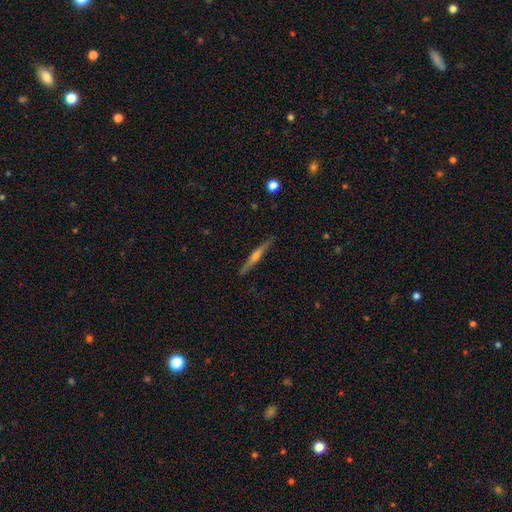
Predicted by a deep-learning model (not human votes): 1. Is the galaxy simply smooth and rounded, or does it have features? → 68% featured or disk, 26% smooth, 6% star or artifact.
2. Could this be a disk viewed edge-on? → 98% yes, 2% no.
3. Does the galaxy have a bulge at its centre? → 79% rounded, 11% none, 9% boxy.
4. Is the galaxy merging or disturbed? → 89% none, 8% minor disturbance, 2% major disturbance, 1% merger.